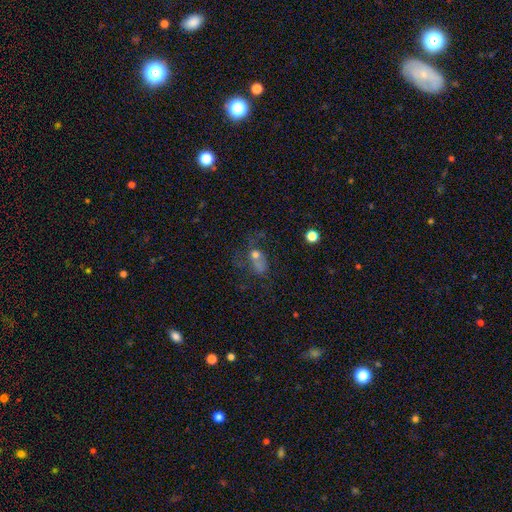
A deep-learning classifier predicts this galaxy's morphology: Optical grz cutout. It shows a smooth galaxy with no disk features (47%). Merging: merger (29%).